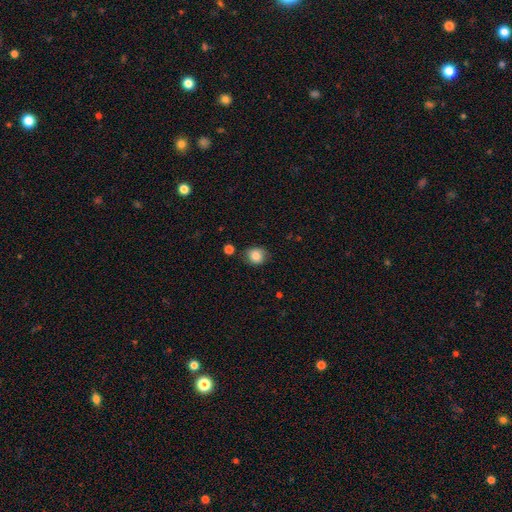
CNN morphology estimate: The model was most divided on "how rounded": round: 73%, in between: 26%, cigar-shaped: 1%. More confident: smooth or featured — smooth (83%); merging — none (79%).